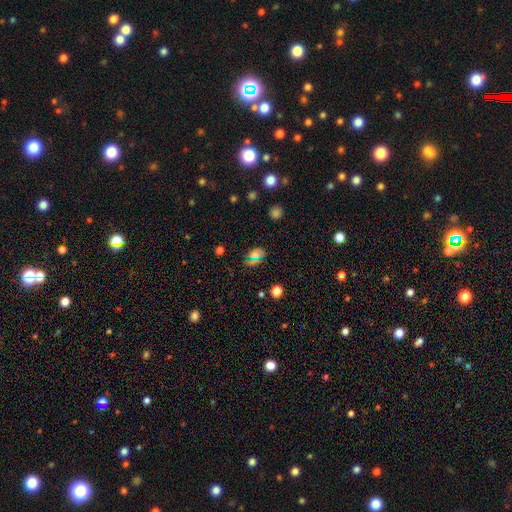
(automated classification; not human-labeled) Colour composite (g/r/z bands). It shows a smooth galaxy with no disk features (62%) that is in between round and cigar-shaped (71%). Merging: none (83%).